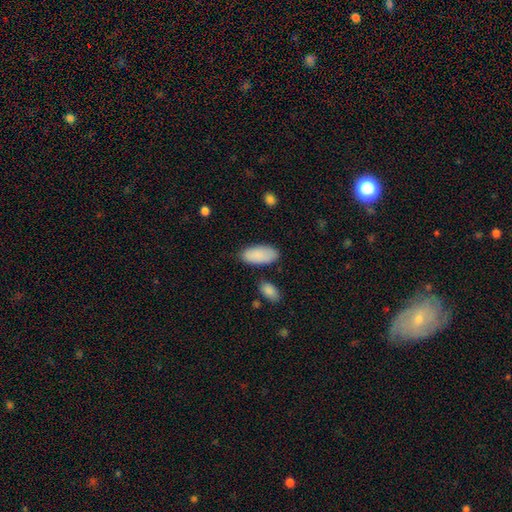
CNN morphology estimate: Smooth or featured: smooth — 88% (featured or disk — 6%)
How rounded: in between — 92% (cigar-shaped — 6%)
Merging: none — 79% (minor disturbance — 14%)